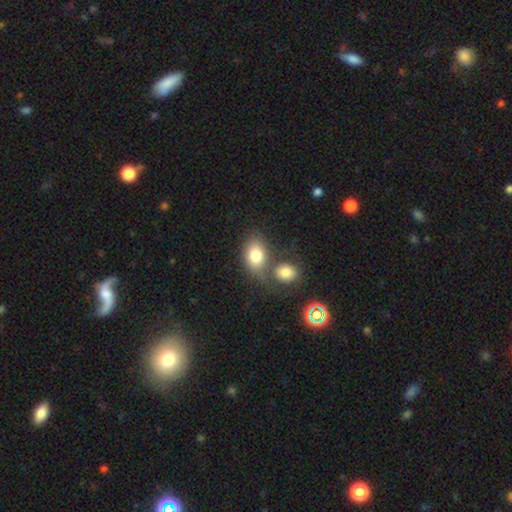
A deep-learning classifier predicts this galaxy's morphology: A smooth galaxy with no disk features (80%) that is in between round and cigar-shaped (74%).

Vote fractions:
- Smooth or featured? smooth: 80% / featured or disk: 11% / star or artifact: 9%
- How rounded? in between: 74% / round: 25% / cigar-shaped: 1%
- Merging? none: 49% / merger: 33% / minor disturbance: 13% / major disturbance: 5%